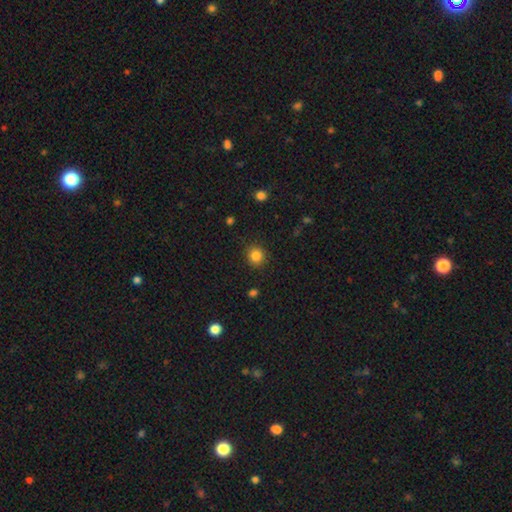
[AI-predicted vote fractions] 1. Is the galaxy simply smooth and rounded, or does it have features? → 84% smooth, 11% star or artifact, 5% featured or disk.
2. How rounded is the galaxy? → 90% round, 9% in between, 1% cigar-shaped.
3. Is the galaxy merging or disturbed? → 90% none, 7% minor disturbance, 2% major disturbance, 1% merger.